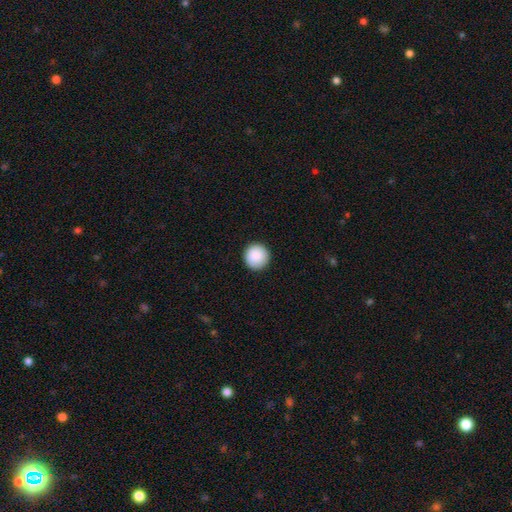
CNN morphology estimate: smooth_or_featured: smooth (p=0.89) [alt: star or artifact p=0.07]
how_rounded: round (p=0.96) [alt: in between p=0.03]
merging: none (p=0.92) [alt: minor disturbance p=0.05]